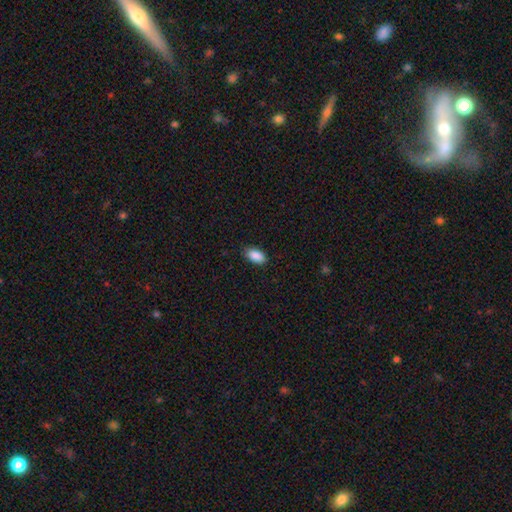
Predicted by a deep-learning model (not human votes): The model was most divided on "merging": none: 85%, minor disturbance: 12%, major disturbance: 2%, merger: 1%. More confident: how rounded — in between (94%); smooth or featured — smooth (89%).